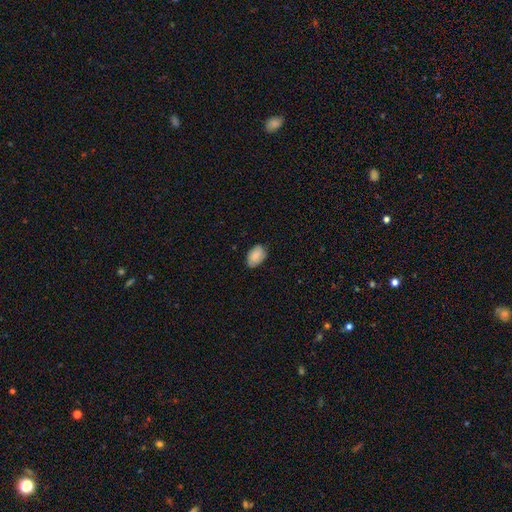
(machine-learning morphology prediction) Q: Smooth or featured?
A: smooth (79%); runner-up: featured or disk (13%)
Q: How rounded?
A: in between (87%); runner-up: round (12%)
Q: Merging?
A: none (77%); runner-up: minor disturbance (19%)